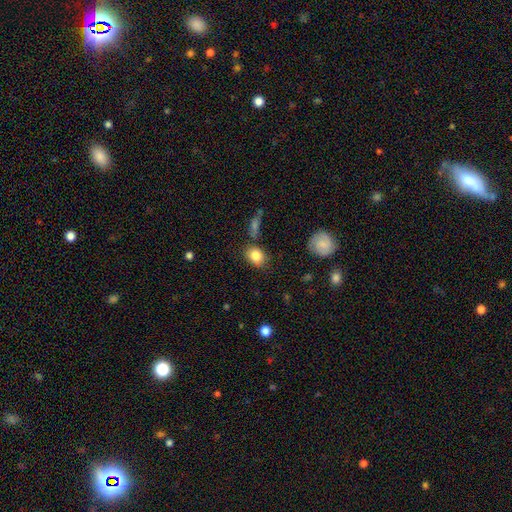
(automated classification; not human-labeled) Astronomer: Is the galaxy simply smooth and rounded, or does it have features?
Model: smooth — 83%.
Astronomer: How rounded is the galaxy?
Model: in between — 55% (runner-up: round, 44%).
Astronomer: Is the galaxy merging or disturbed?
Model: none — 77%.